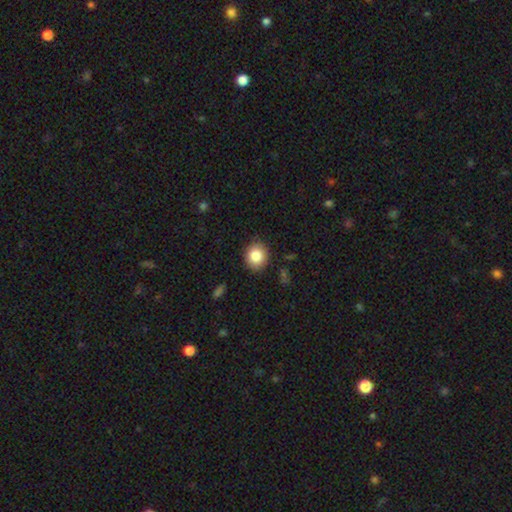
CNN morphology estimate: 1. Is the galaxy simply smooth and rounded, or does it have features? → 84% smooth, 9% star or artifact, 7% featured or disk.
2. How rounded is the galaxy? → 79% round, 20% in between, 1% cigar-shaped.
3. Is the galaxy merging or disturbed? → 88% none, 9% minor disturbance, 2% major disturbance, 1% merger.